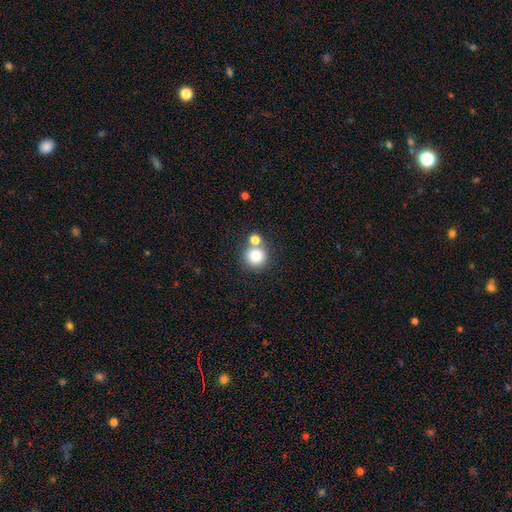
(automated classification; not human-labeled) The model was most divided on "merging": none: 64%, merger: 26%, minor disturbance: 8%, major disturbance: 3%. More confident: how rounded — round (93%); smooth or featured — smooth (81%).